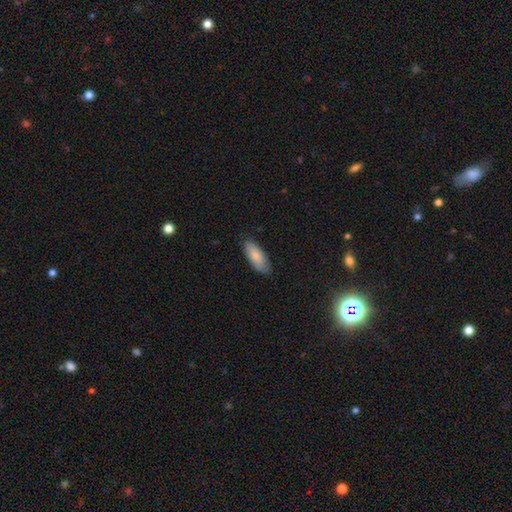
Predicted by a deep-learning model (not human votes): This appears to be a smooth galaxy with no disk features (83%) that is in between round and cigar-shaped (78%). Merging: none (82%).